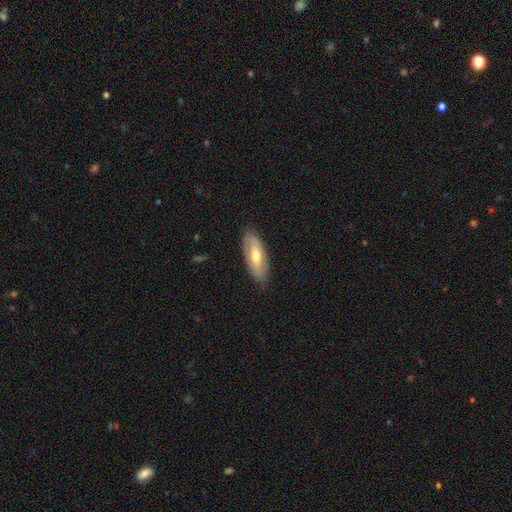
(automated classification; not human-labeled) Smooth or featured? smooth (50%)
Merging? none (82%)